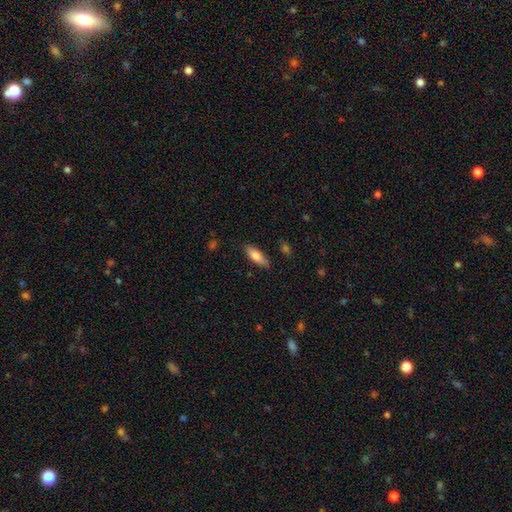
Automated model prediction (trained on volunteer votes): smooth 76%, featured or disk 17%, star or artifact 6%. Down the decision tree: how rounded — in between (60%); merging — none (83%).